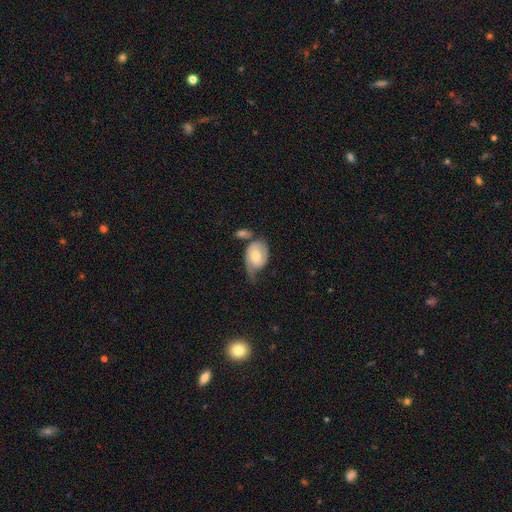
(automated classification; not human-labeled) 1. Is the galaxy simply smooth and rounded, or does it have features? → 51% smooth, 43% featured or disk, 6% star or artifact.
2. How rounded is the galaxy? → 75% in between, 23% round, 1% cigar-shaped.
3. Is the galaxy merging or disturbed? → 30% major disturbance, 29% minor disturbance, 23% none, 18% merger.